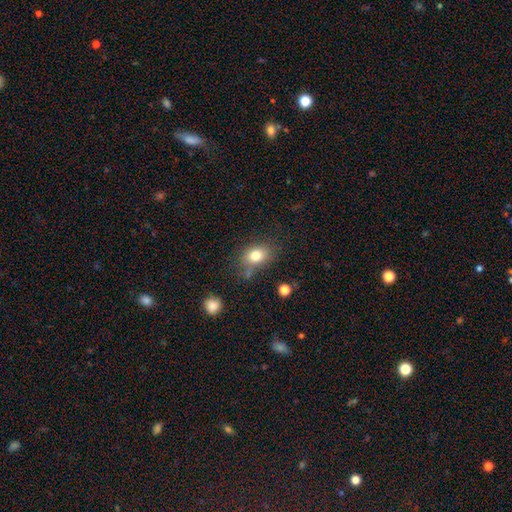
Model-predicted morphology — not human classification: smooth-or-featured: smooth: 79% | star or artifact: 11% | featured or disk: 10%
  how-rounded: in between: 66% | round: 33% | cigar-shaped: 1%
  merging: none: 67% | minor disturbance: 20% | major disturbance: 7% | merger: 6%